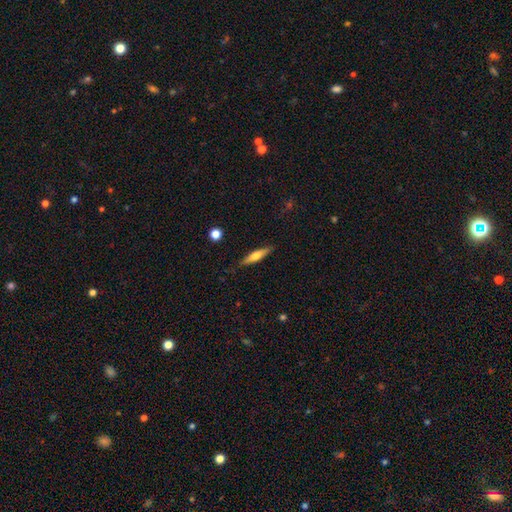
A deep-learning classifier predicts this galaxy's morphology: type=smooth (51%); roundness=cigar-shaped (82%); merging=none (86%).